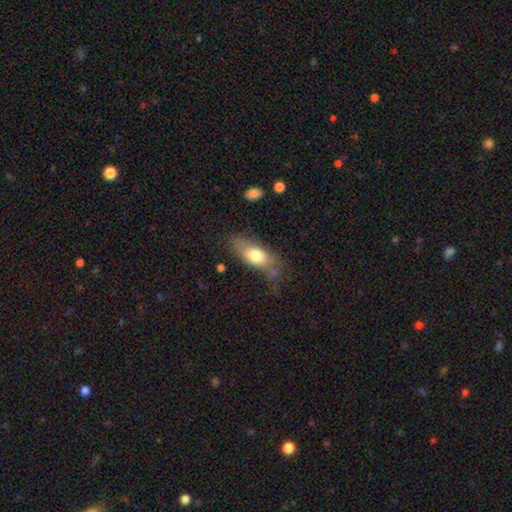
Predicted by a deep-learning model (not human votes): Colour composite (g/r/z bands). It shows a smooth galaxy with no disk features (71%) that is in between round and cigar-shaped (79%). Merging: none (55%).